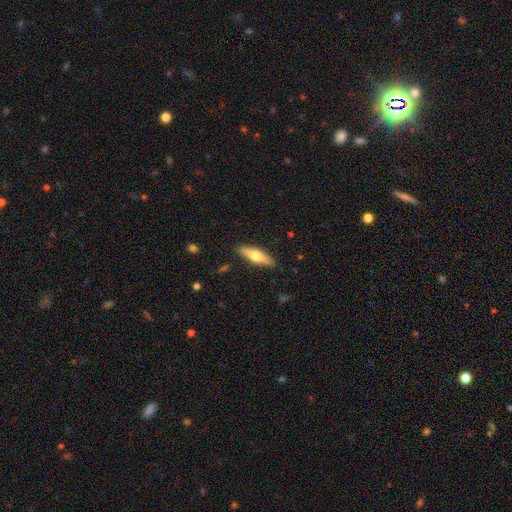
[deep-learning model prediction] This appears to be a smooth galaxy with no disk features (49%). Merging: none (89%).